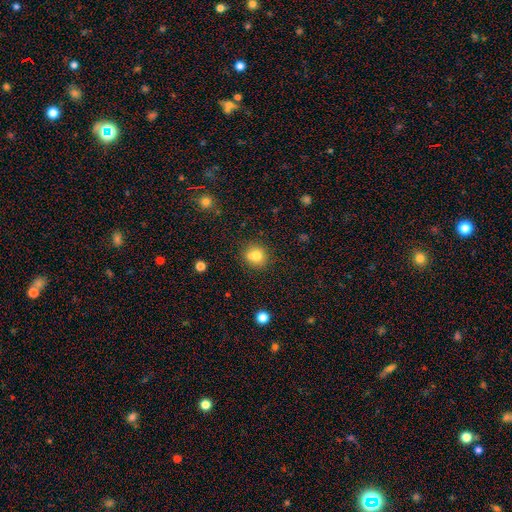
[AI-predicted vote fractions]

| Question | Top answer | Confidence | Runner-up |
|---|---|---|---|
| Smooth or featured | smooth | 78% | star or artifact (12%) |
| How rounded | round | 78% | in between (21%) |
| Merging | none | 72% | minor disturbance (16%) |